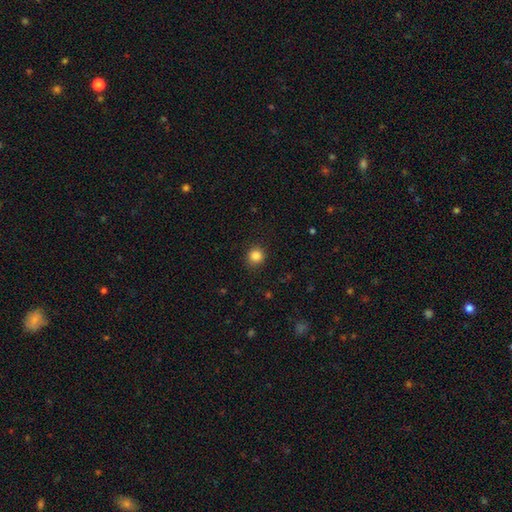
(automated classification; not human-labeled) smooth-or-featured: smooth: 86% | star or artifact: 11% | featured or disk: 3%
  how-rounded: round: 90% | in between: 9% | cigar-shaped: 1%
  merging: none: 88% | minor disturbance: 9% | major disturbance: 3% | merger: 1%